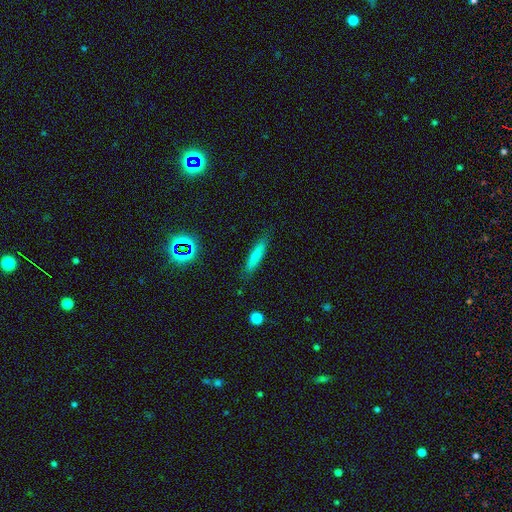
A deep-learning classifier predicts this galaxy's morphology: Smooth or featured? Predicted: smooth (p=0.77). How rounded? Predicted: cigar-shaped (p=0.85). Merging? Predicted: none (p=0.84).